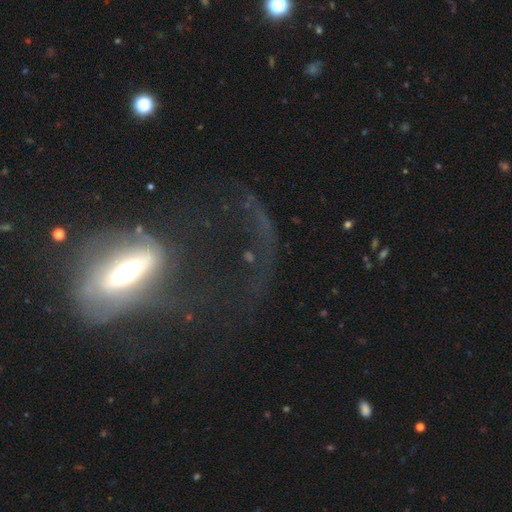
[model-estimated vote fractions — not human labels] A featured or disk galaxy (60%).

Vote fractions:
- Smooth or featured? featured or disk: 60% / smooth: 26% / star or artifact: 14%
- Edge-on disk? no: 71% / yes: 29%
- Merging? major disturbance: 60% / none: 25% / minor disturbance: 10% / merger: 6%